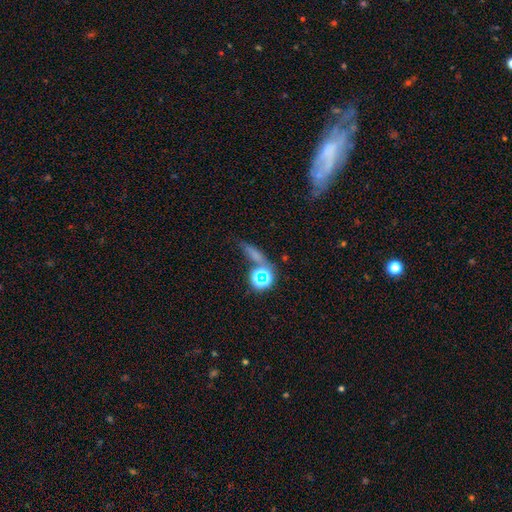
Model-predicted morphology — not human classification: Overall: smooth (47%; star or artifact 36%). Merging: none (59%).